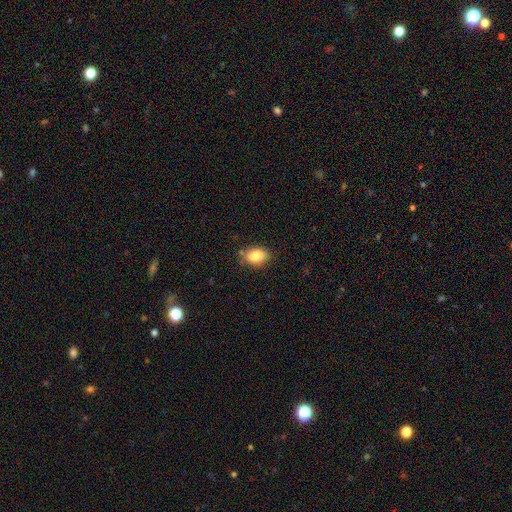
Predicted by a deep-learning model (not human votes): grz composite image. It shows a smooth galaxy with no disk features (86%) that is in between round and cigar-shaped (84%). Merging: none (76%).